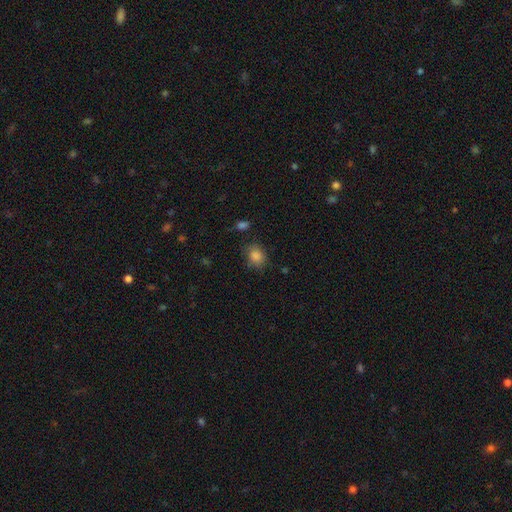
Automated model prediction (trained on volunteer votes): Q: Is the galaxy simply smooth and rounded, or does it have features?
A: smooth — 83%.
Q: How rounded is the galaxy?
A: round — 52%.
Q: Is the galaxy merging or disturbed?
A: none — 71%.